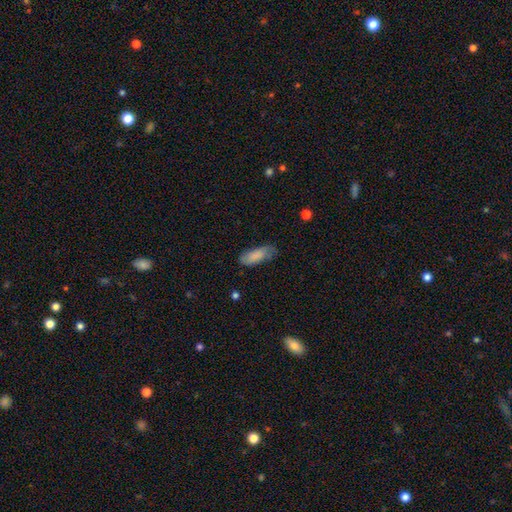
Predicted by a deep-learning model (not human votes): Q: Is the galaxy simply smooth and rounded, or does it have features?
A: smooth — 82%.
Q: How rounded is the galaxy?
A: in between — 76%.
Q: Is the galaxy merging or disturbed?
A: none — 63%.